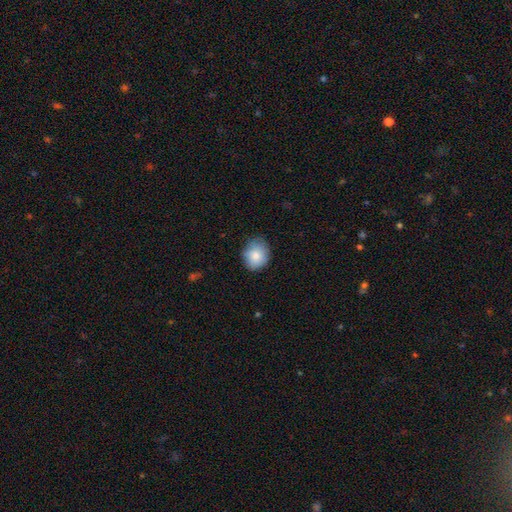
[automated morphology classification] Smooth or featured? smooth (83%)
How rounded? round (62%)
Merging? none (74%)